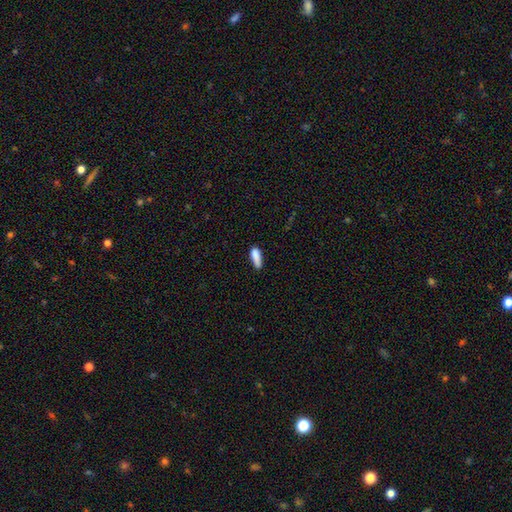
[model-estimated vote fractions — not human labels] Morphology: type=smooth (85%); roundness=in between (57%); merging=none (59%).